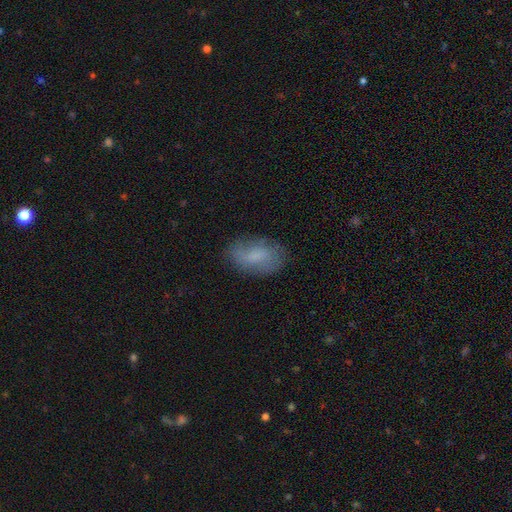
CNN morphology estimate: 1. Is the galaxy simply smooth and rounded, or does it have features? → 65% smooth, 27% featured or disk, 8% star or artifact.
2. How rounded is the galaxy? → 91% in between, 6% round, 3% cigar-shaped.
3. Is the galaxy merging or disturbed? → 71% none, 20% minor disturbance, 7% major disturbance, 1% merger.